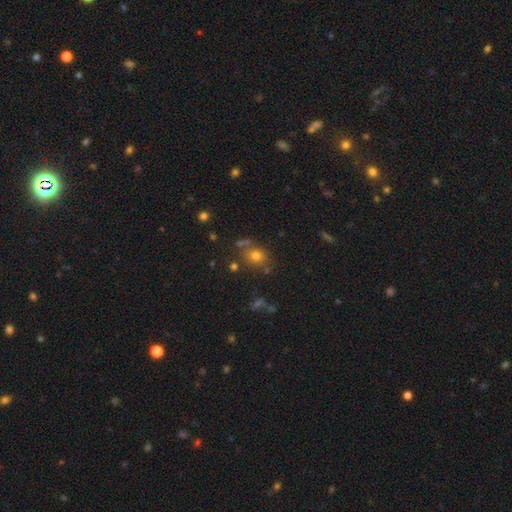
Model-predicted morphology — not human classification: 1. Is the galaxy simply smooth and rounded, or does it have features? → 73% smooth, 17% star or artifact, 10% featured or disk.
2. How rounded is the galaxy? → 69% round, 30% in between, 1% cigar-shaped.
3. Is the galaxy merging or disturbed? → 71% none, 13% minor disturbance, 11% merger, 5% major disturbance.